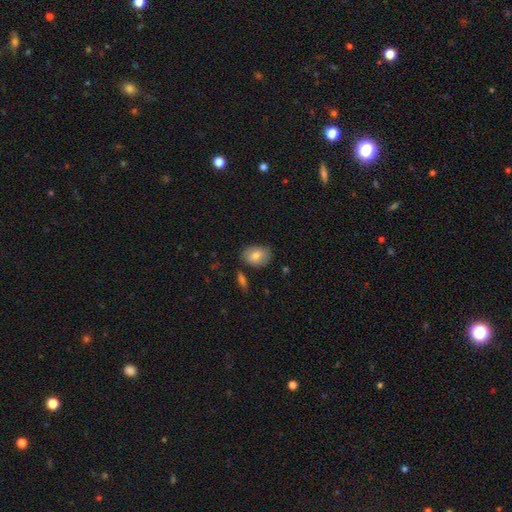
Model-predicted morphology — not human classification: This is likely a smooth galaxy (78%). How rounded: likely in between (76%). Merging: likely none (76%).